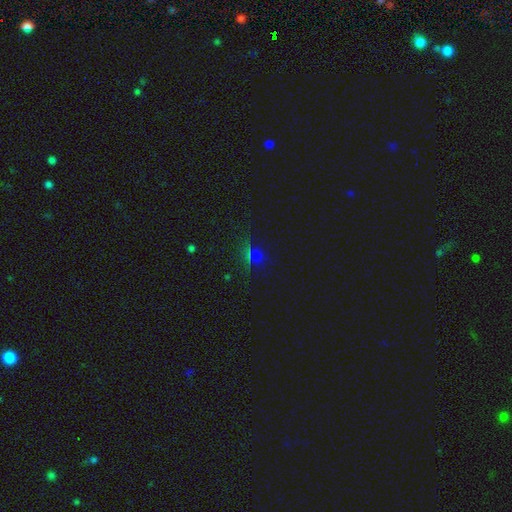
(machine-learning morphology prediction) Overall: star or artifact (53%; smooth 37%).